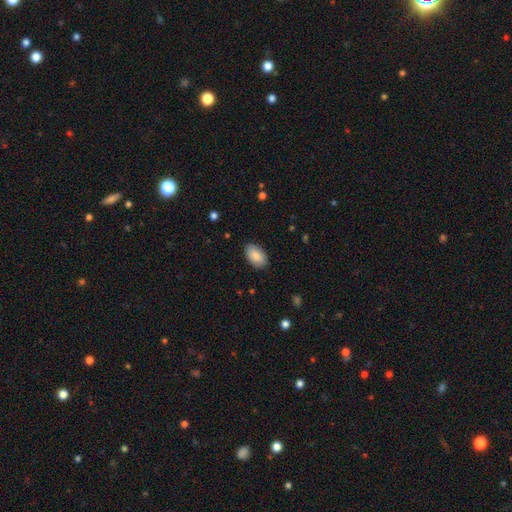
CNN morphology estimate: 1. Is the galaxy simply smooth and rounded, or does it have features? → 88% smooth, 6% star or artifact, 6% featured or disk.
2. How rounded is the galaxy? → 94% in between, 4% round, 1% cigar-shaped.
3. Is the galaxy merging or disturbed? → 87% none, 9% minor disturbance, 2% major disturbance, 1% merger.